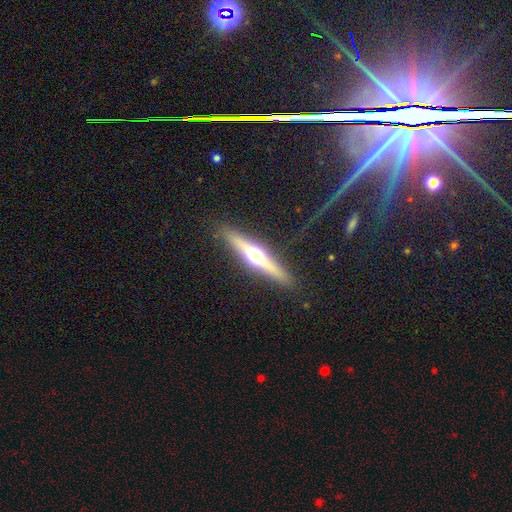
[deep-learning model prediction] The model was most divided on "smooth or featured": featured or disk: 69%, smooth: 25%, star or artifact: 6%. More confident: edge-on disk — yes (96%); edge-on bulge — rounded (92%); merging — none (88%).